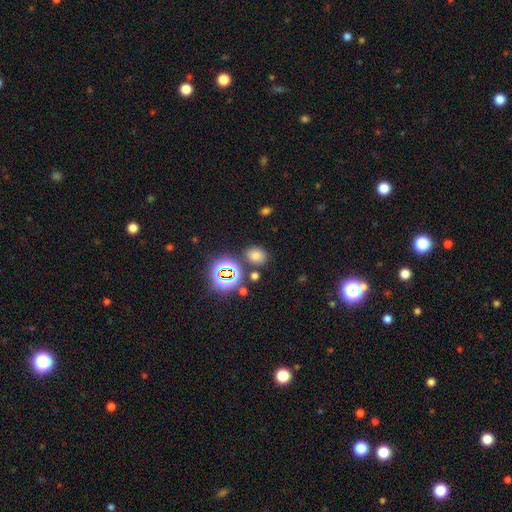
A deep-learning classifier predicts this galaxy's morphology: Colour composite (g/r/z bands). It shows a smooth galaxy with no disk features (67%) that is round (56%). Merging: none (79%).